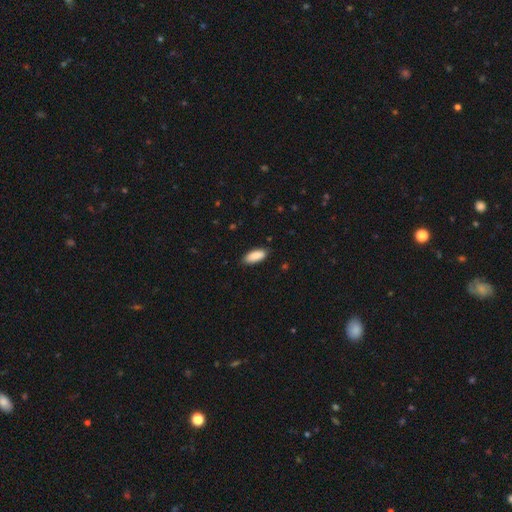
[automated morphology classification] Smooth or featured? smooth (90%)
How rounded? in between (85%)
Merging? none (84%)